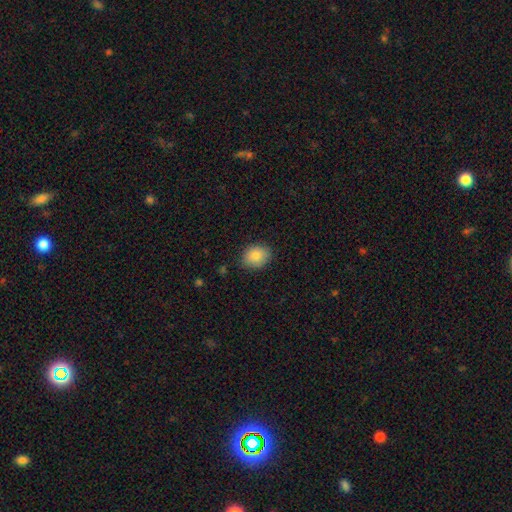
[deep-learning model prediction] This appears to be a smooth galaxy with no disk features (86%) that is in between round and cigar-shaped (52%). Merging: none (84%).